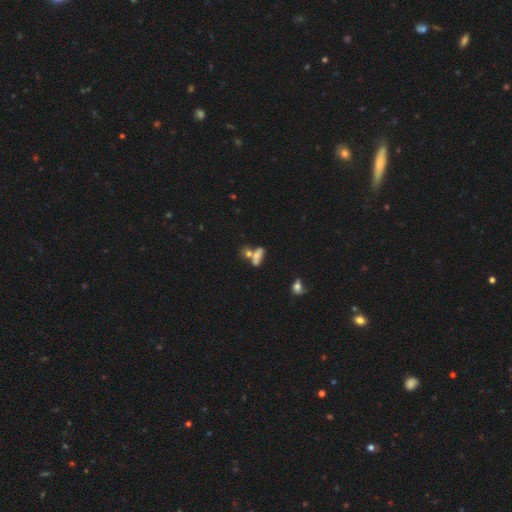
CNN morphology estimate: Overall: smooth (64%). How rounded: in between (57%; cigar-shaped 23%). Merging: merger (45%; none 36%).